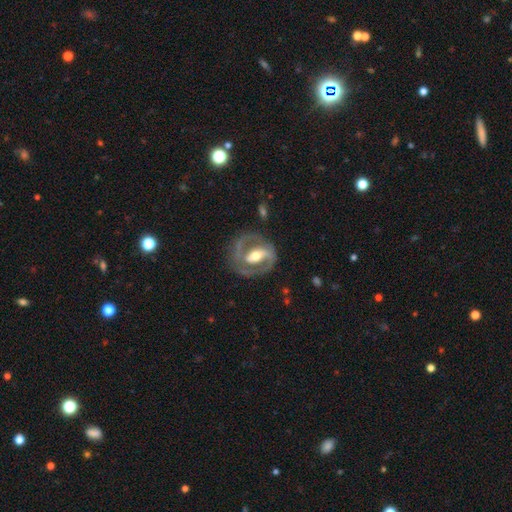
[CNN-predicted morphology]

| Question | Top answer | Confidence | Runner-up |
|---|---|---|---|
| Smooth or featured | featured or disk | 85% | smooth (11%) |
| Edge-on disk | no | 96% | yes (4%) |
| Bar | strong | 51% | weak (31%) |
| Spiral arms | yes | 85% | no (15%) |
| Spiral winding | medium | 51% | tight (35%) |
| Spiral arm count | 2 | 85% | 1 (7%) |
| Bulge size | moderate | 70% | small (16%) |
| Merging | none | 74% | minor disturbance (15%) |